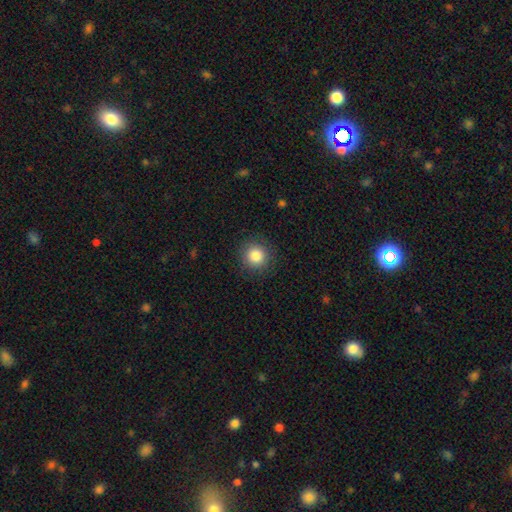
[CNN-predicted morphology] type=smooth (84%); roundness=round (94%); merging=none (90%).